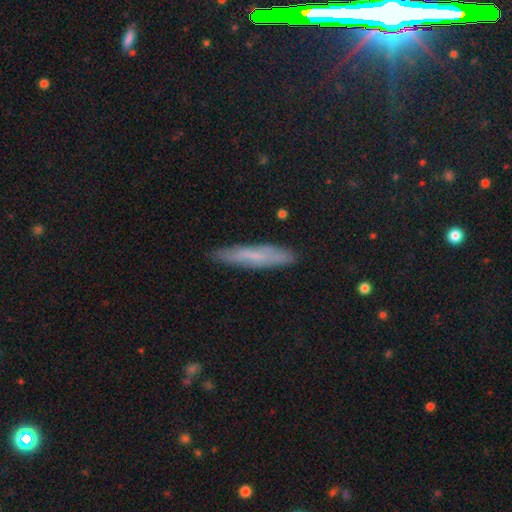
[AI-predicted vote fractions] A smooth galaxy with no disk features (53%) that is cigar-shaped (87%). Merging: none (83%).